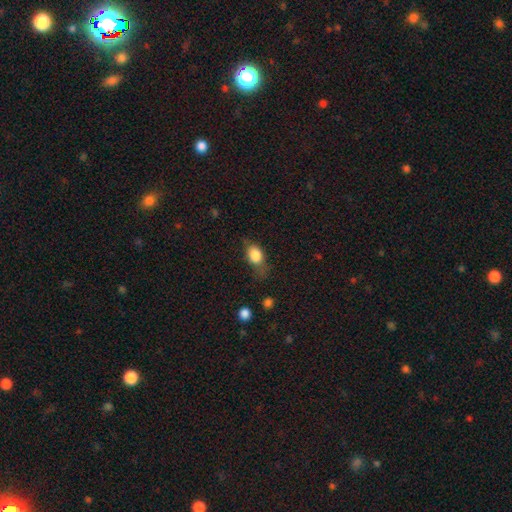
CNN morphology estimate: smooth 82%, featured or disk 10%, star or artifact 8%. Down the decision tree: how rounded — in between (74%); merging — none (49%).